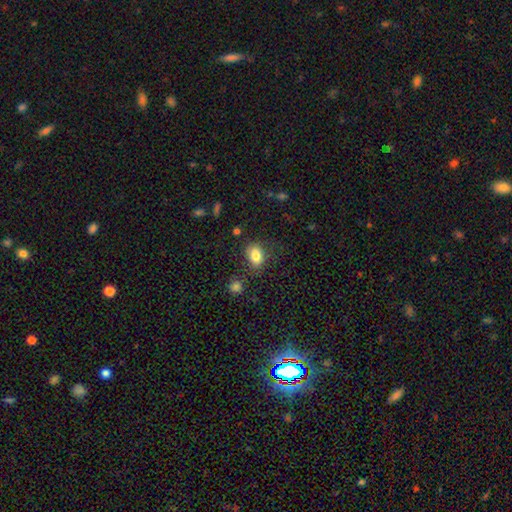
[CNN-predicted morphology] Smooth or featured? smooth (83%)
How rounded? in between (78%)
Merging? none (72%)